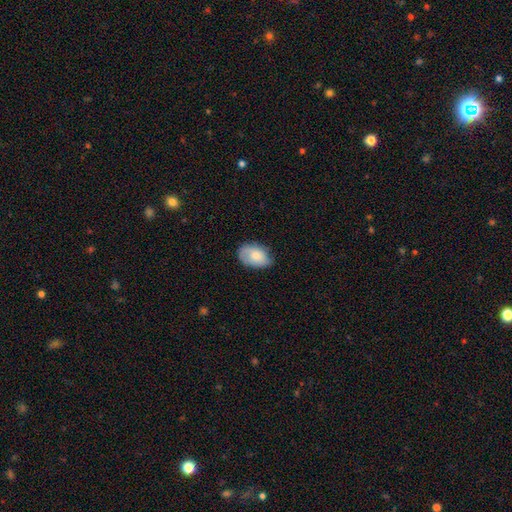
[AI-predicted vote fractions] smooth-or-featured: smooth: 69% | featured or disk: 24% | star or artifact: 7%
  how-rounded: in between: 84% | round: 15% | cigar-shaped: 1%
  merging: none: 64% | minor disturbance: 29% | major disturbance: 6% | merger: 1%